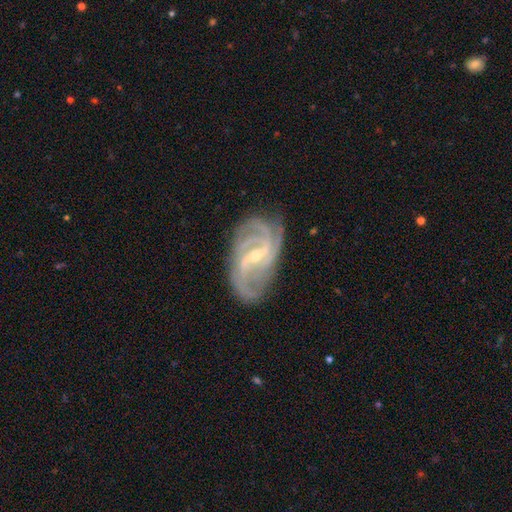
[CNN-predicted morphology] This appears to be a featured or disk galaxy (91%) with a weak bar (47%), 3 (30%) medium (46%) spiral arms (98%) and a small central bulge (63%). Merging: none (76%).